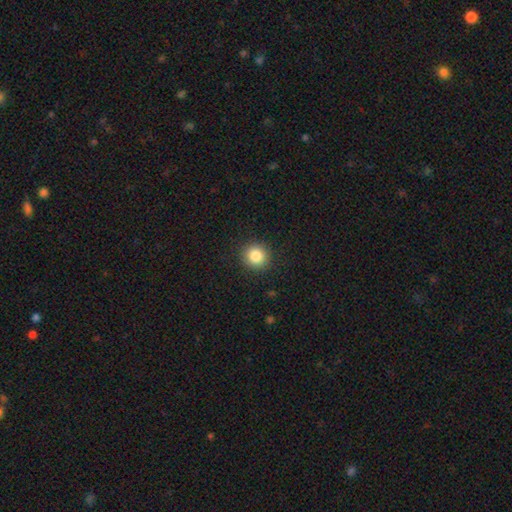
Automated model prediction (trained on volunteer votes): Smooth or featured: smooth — 84% (star or artifact — 10%)
How rounded: round — 93% (in between — 6%)
Merging: none — 91% (minor disturbance — 6%)